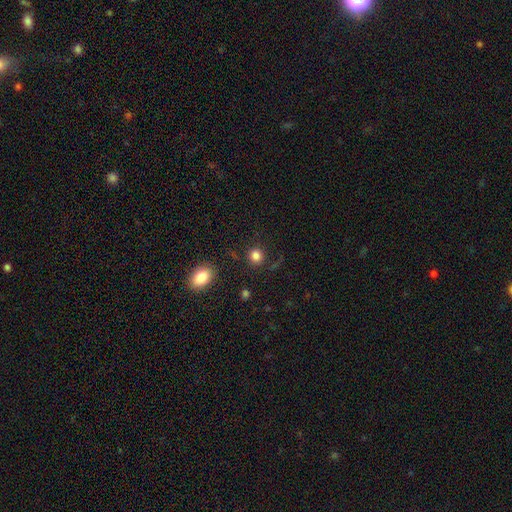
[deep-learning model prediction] Morphology: type=smooth (83%); roundness=round (88%); merging=none (84%).